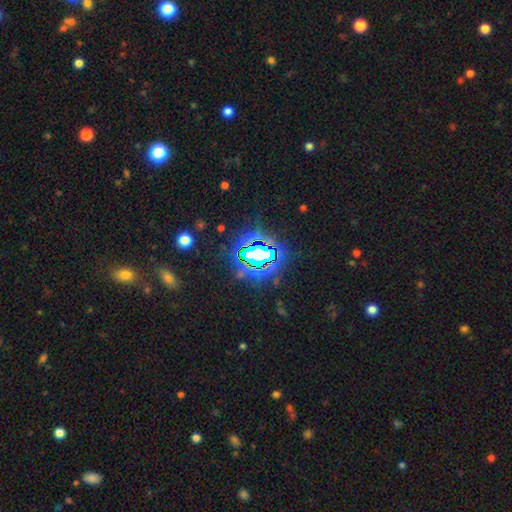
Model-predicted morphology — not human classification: Smooth or featured?
  - star or artifact: 75% *
  - smooth: 13%
  - featured or disk: 11%